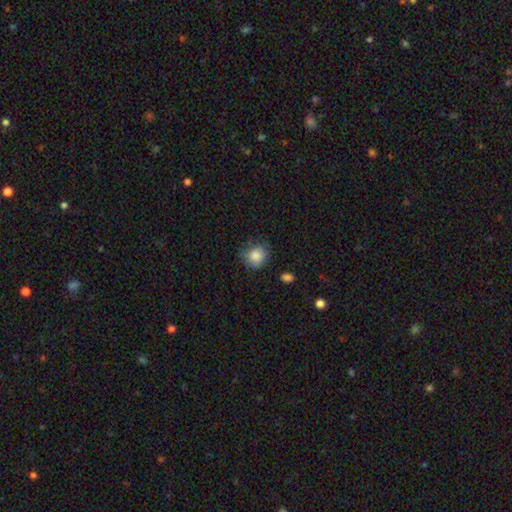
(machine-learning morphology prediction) smooth_or_featured: smooth (p=0.85) [alt: star or artifact p=0.09]
how_rounded: round (p=0.81) [alt: in between p=0.19]
merging: none (p=0.65) [alt: minor disturbance p=0.26]